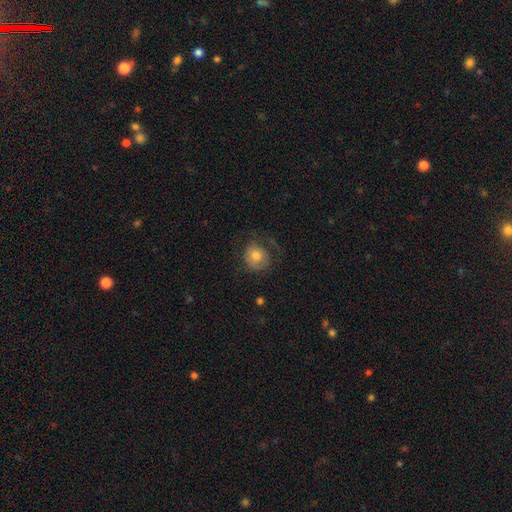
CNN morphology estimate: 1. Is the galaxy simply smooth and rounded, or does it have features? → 68% smooth, 23% featured or disk, 8% star or artifact.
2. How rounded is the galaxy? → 83% round, 16% in between, 1% cigar-shaped.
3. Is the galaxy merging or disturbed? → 55% none, 23% major disturbance, 20% minor disturbance, 2% merger.